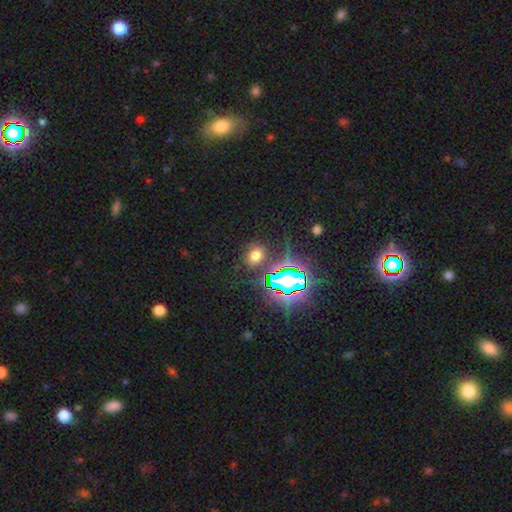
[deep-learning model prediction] A smooth galaxy with no disk features (57%) that is in between round and cigar-shaped (62%). Merging: none (82%).